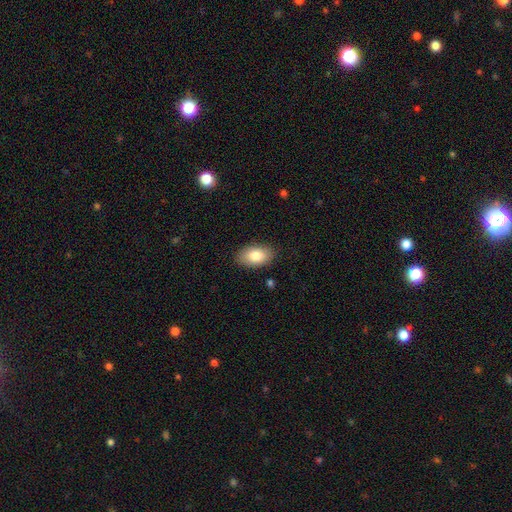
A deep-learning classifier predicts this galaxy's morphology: This appears to be a smooth galaxy with no disk features (82%) that is in between round and cigar-shaped (93%). Merging: none (86%).